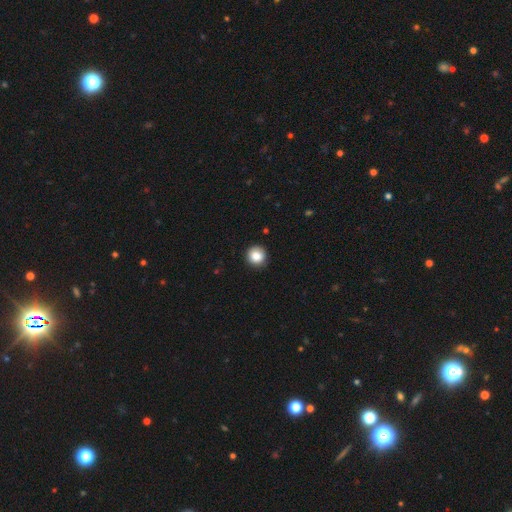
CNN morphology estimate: Smooth or featured?
  - smooth: 85% *
  - star or artifact: 10%
  - featured or disk: 5%
How rounded?
  - round: 93% *
  - in between: 6%
  - cigar-shaped: 1%
Merging?
  - none: 89% *
  - minor disturbance: 8%
  - major disturbance: 2%
  - merger: 1%